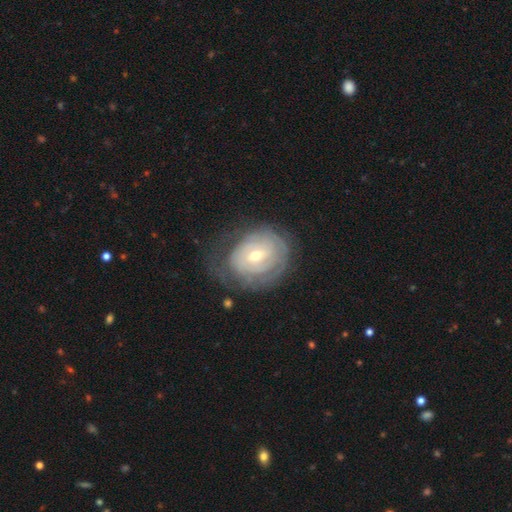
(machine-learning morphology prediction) The model was most divided on "bulge size": moderate: 52%, small: 44%, large: 2%, dominant: 1%, none: 1%. More confident: edge-on disk — no (96%); spiral arms — yes (73%); smooth or featured — featured or disk (71%); merging — none (58%); bar — no (54%).